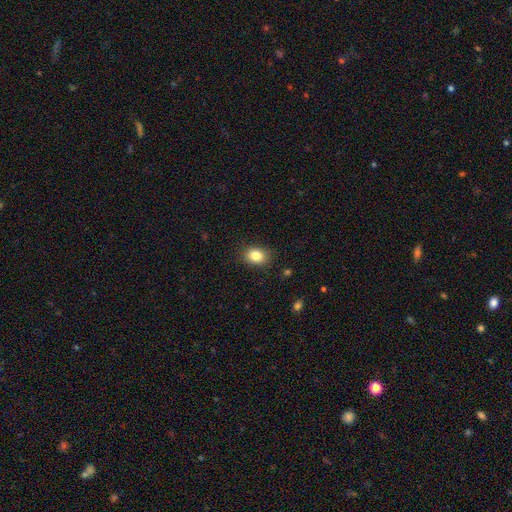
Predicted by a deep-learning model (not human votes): smooth 85%, star or artifact 9%, featured or disk 6%. Down the decision tree: how rounded — in between (59%); merging — none (87%).